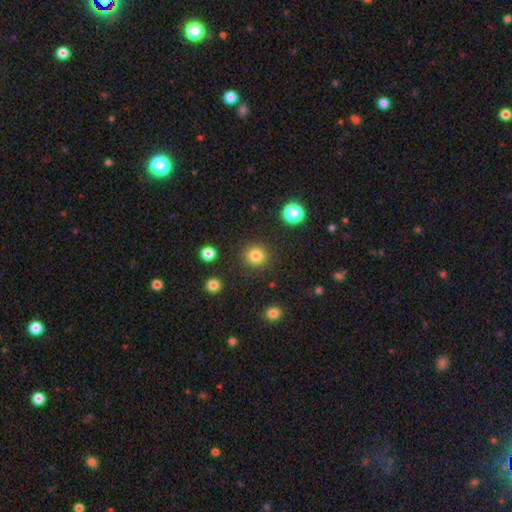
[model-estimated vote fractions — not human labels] A smooth galaxy with no disk features (83%) that is round (93%). Merging: none (90%).